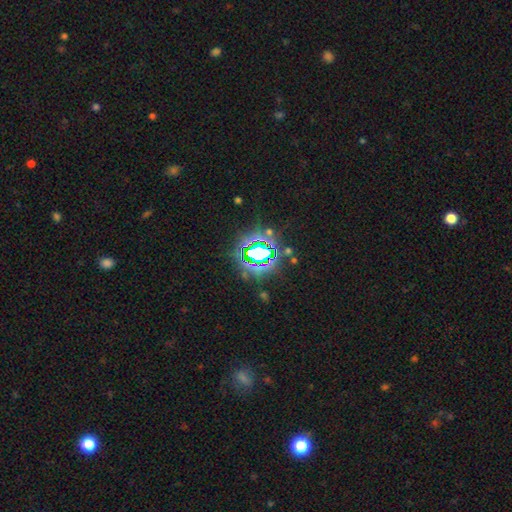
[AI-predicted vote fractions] Smooth or featured? star or artifact (75%)